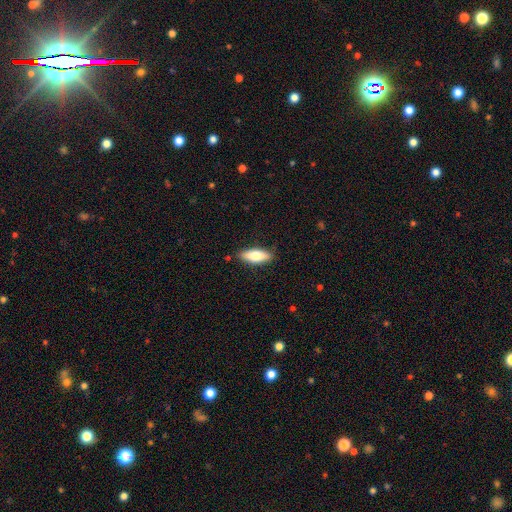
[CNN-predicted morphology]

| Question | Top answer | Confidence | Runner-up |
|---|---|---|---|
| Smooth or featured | smooth | 75% | featured or disk (19%) |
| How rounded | in between | 68% | cigar-shaped (30%) |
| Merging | none | 84% | minor disturbance (12%) |